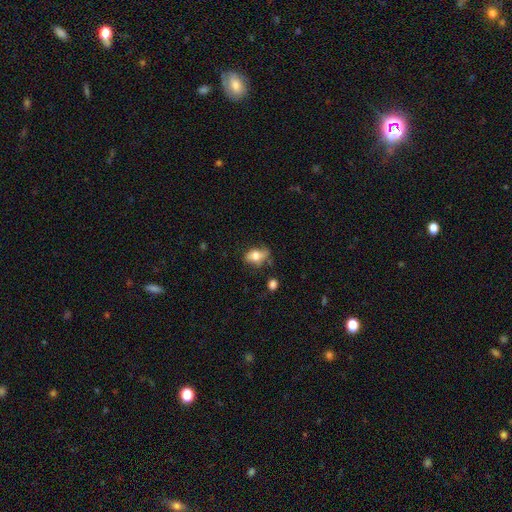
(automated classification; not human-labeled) smooth-or-featured: smooth: 63% | featured or disk: 28% | star or artifact: 9%
  how-rounded: in between: 77% | round: 20% | cigar-shaped: 3%
  merging: none: 46% | minor disturbance: 33% | major disturbance: 15% | merger: 6%